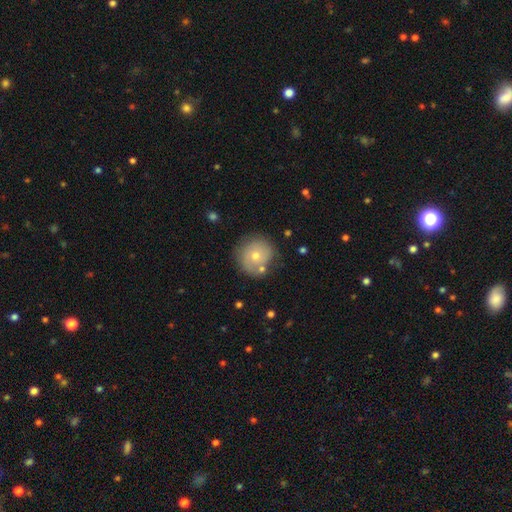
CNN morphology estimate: smooth-or-featured: smooth: 56% | featured or disk: 34% | star or artifact: 10%
  how-rounded: round: 92% | in between: 7% | cigar-shaped: 1%
  merging: none: 74% | minor disturbance: 14% | merger: 8% | major disturbance: 4%